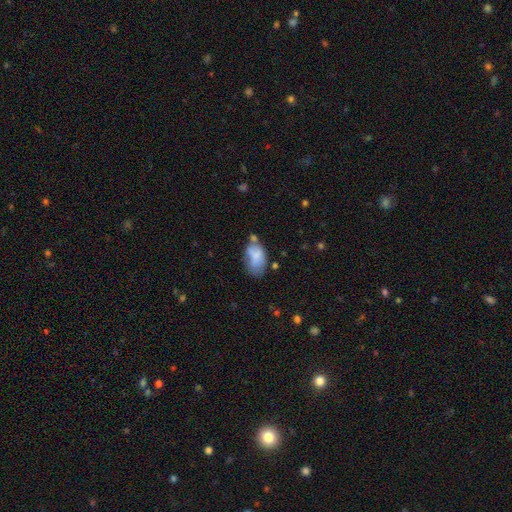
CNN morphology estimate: Q: Smooth or featured?
A: smooth (69%); runner-up: featured or disk (22%)
Q: How rounded?
A: in between (90%); runner-up: round (8%)
Q: Merging?
A: none (32%); runner-up: minor disturbance (29%)